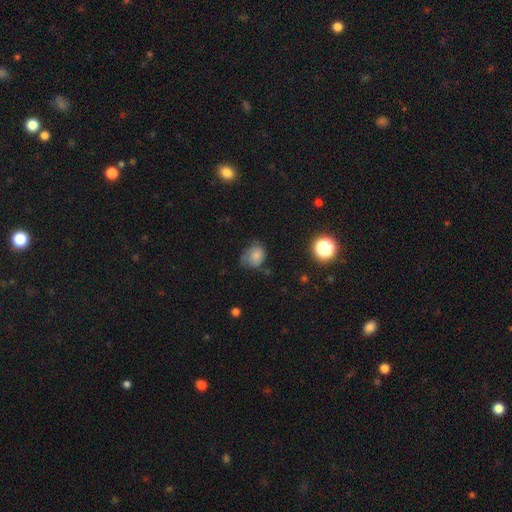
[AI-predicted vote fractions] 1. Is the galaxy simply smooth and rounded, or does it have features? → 73% smooth, 15% featured or disk, 12% star or artifact.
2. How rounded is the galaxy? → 53% round, 46% in between, 1% cigar-shaped.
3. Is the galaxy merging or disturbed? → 47% none, 37% minor disturbance, 13% major disturbance, 3% merger.